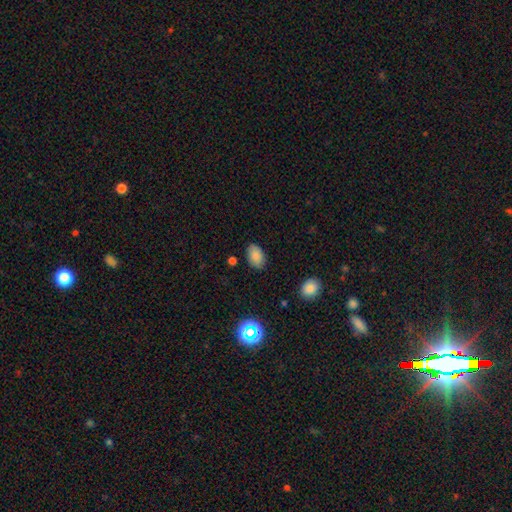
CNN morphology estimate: This is clearly a smooth galaxy (83%). How rounded: clearly in between (87%). Merging: clearly none (83%).